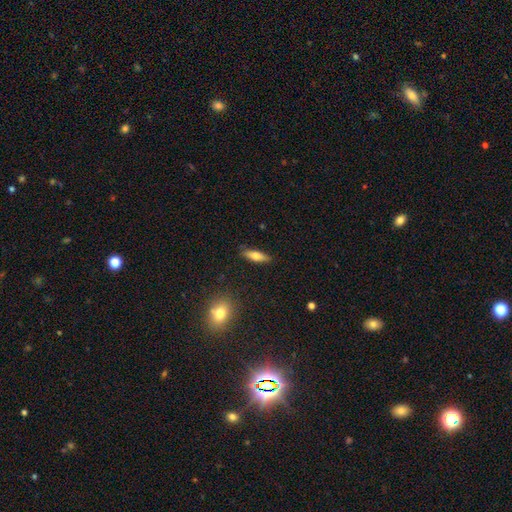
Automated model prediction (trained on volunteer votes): Smooth or featured? smooth (69%)
How rounded? cigar-shaped (50%)
Merging? none (87%)